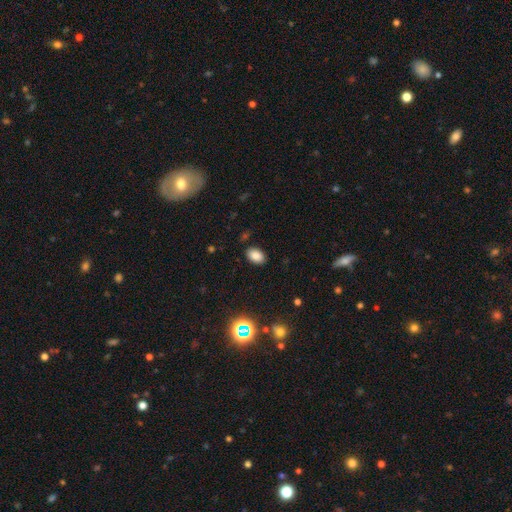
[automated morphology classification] A smooth galaxy with no disk features (83%) that is in between round and cigar-shaped (87%). Merging: none (87%).